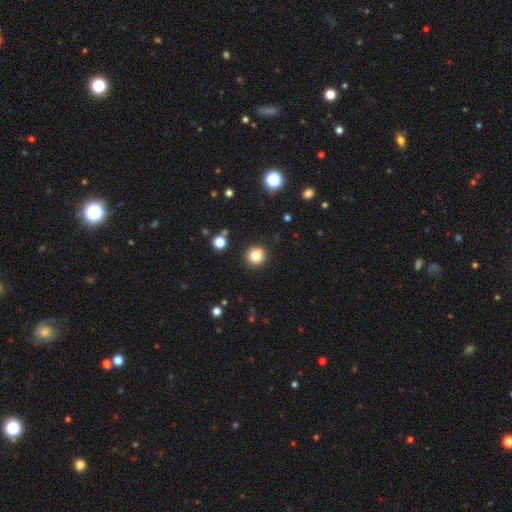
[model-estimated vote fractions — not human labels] A smooth galaxy with no disk features (83%) that is round (93%). Merging: none (89%).